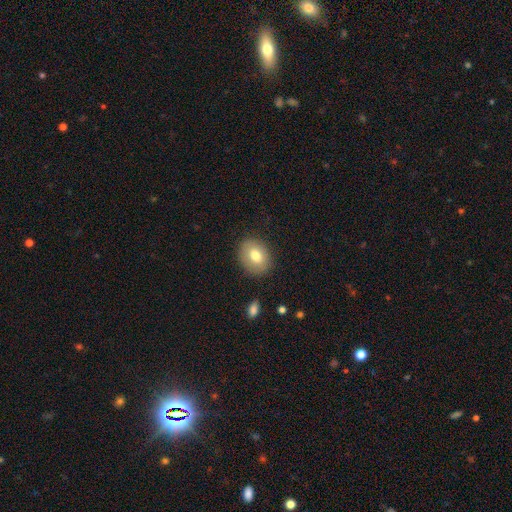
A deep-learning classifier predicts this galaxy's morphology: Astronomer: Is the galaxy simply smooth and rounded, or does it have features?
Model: smooth — 74%.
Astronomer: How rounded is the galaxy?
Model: in between — 56% (runner-up: round, 43%).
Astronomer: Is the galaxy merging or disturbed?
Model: none — 84%.